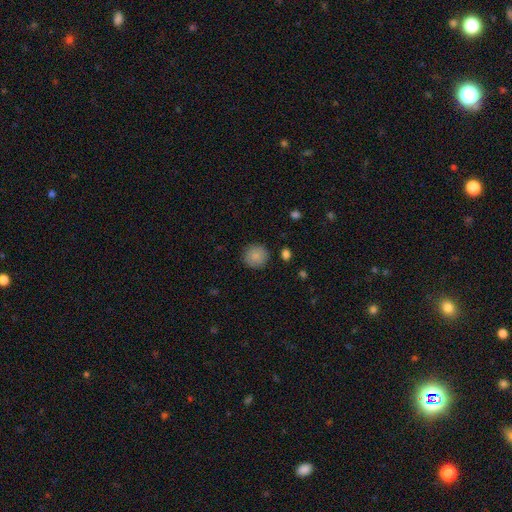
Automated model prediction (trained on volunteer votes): Q: Smooth or featured?
A: smooth (87%); runner-up: star or artifact (8%)
Q: How rounded?
A: round (93%); runner-up: in between (6%)
Q: Merging?
A: none (89%); runner-up: minor disturbance (8%)